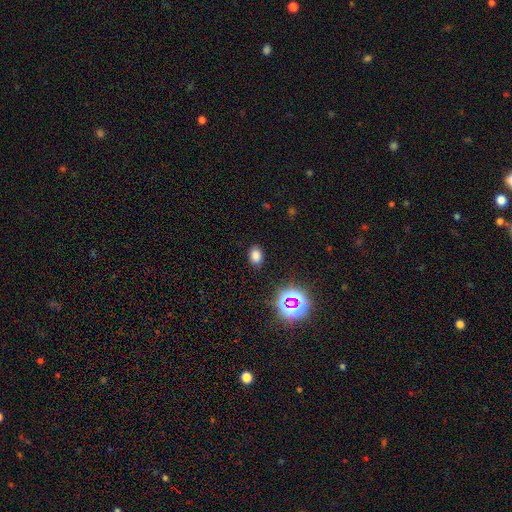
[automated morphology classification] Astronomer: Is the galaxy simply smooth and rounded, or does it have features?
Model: smooth — 75%.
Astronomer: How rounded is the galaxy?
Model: in between — 75%.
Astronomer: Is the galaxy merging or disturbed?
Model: none — 86%.